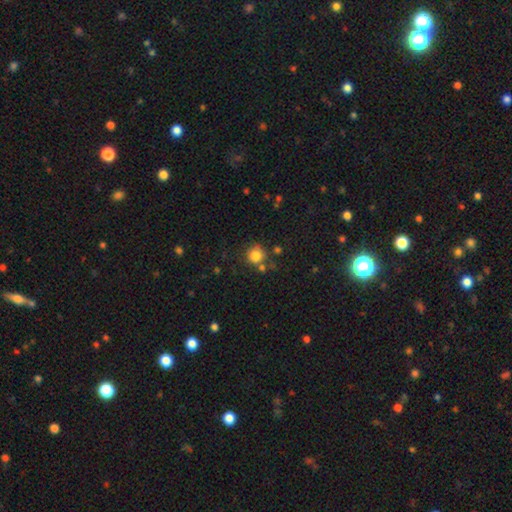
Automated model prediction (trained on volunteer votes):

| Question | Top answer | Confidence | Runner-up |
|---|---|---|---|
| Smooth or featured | smooth | 82% | star or artifact (12%) |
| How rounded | round | 90% | in between (9%) |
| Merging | none | 69% | minor disturbance (13%) |